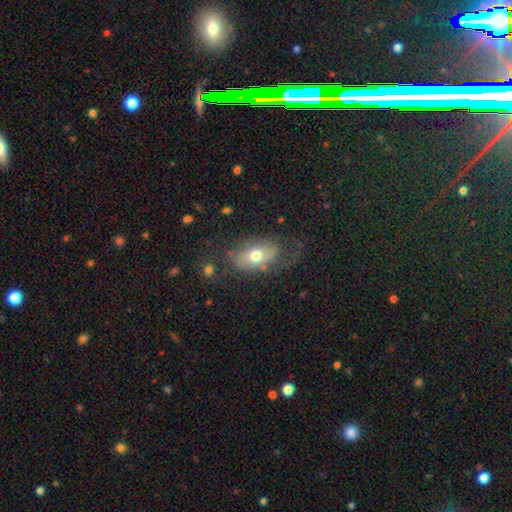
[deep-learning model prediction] Smooth or featured? smooth (53%)
How rounded? in between (84%)
Merging? none (56%)